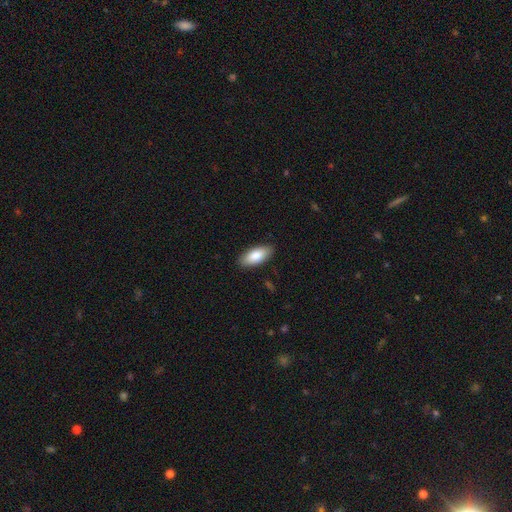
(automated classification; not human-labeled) Overall: smooth (85%). How rounded: in between (87%). Merging: none (88%).